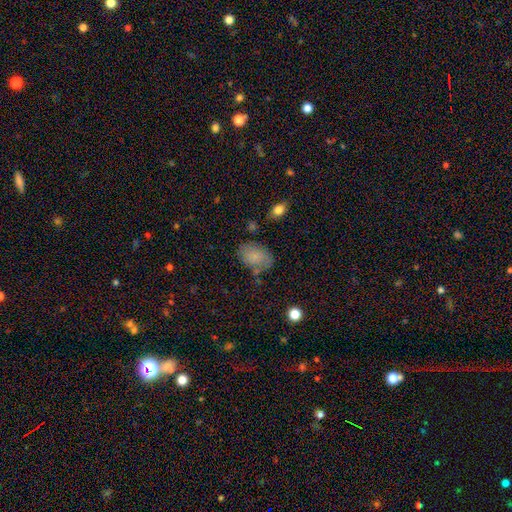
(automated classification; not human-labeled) This is likely a smooth galaxy (80%). How rounded: clearly in between (87%). Merging: likely none (68%).